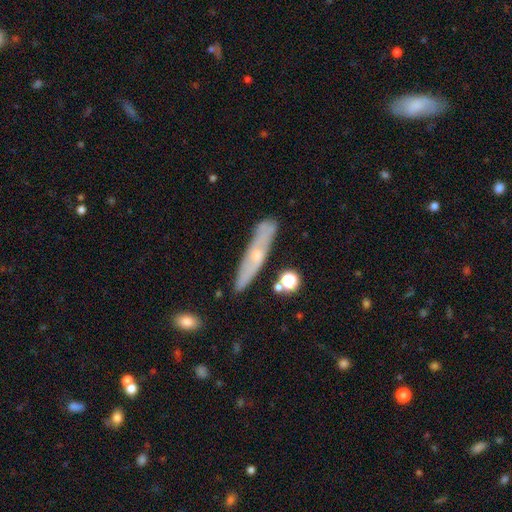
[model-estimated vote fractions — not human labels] Morphology: type=featured or disk (55%); edge-on=yes (63%); merging=none (76%).